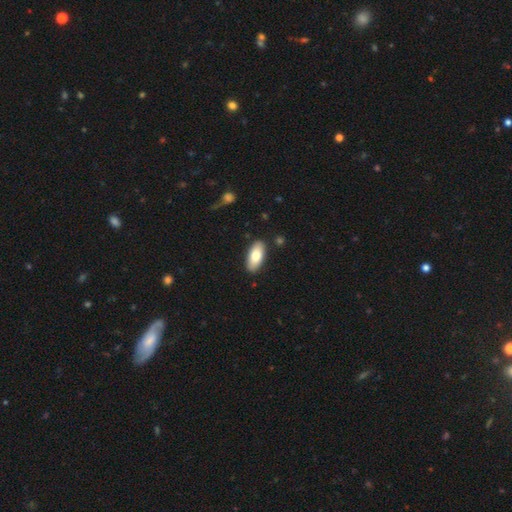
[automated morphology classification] Overall: smooth (80%). How rounded: in between (87%). Merging: none (88%).